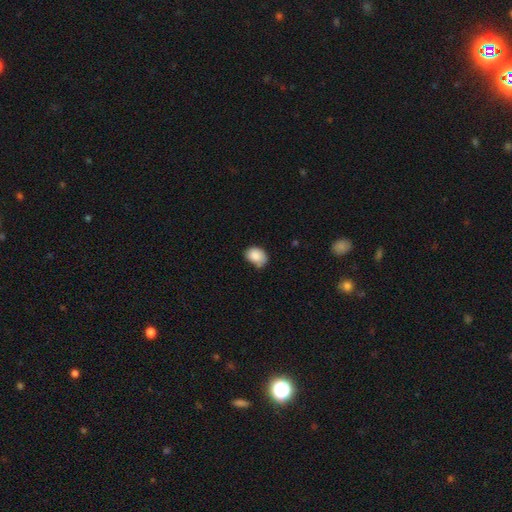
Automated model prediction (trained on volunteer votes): Overall: smooth (85%). How rounded: in between (69%; round 30%). Merging: none (51%; minor disturbance 35%).